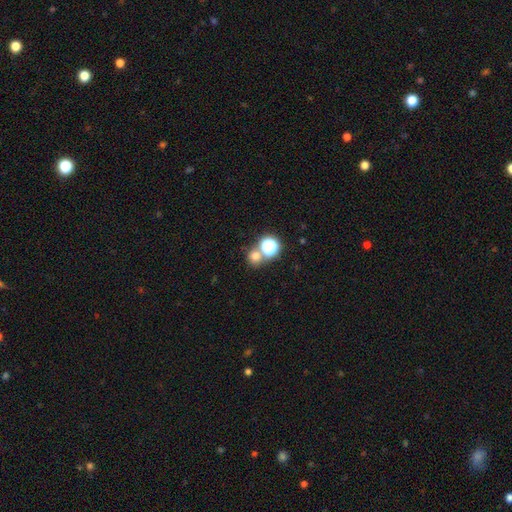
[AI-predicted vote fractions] A smooth galaxy with no disk features (68%) that is round (86%). Merging: none (61%).